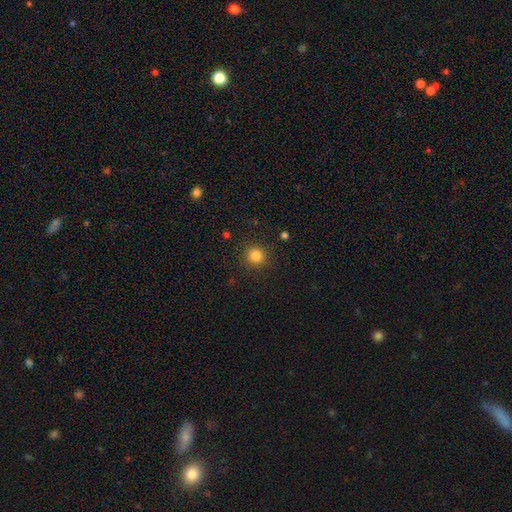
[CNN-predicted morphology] This is clearly a smooth galaxy (83%). How rounded: clearly round (94%). Merging: clearly none (91%).